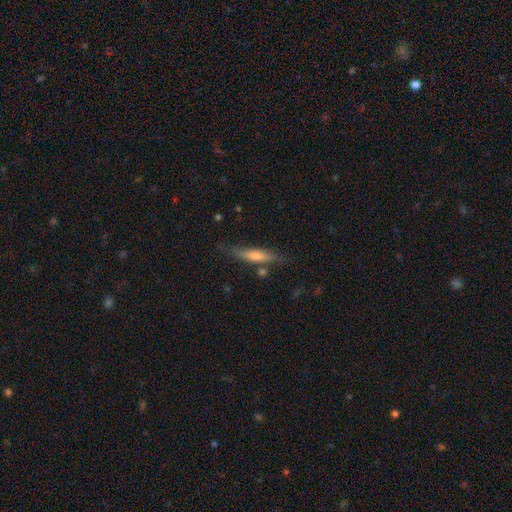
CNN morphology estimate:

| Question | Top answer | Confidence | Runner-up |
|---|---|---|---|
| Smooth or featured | smooth | 53% | featured or disk (40%) |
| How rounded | cigar-shaped | 87% | in between (12%) |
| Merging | none | 75% | minor disturbance (16%) |